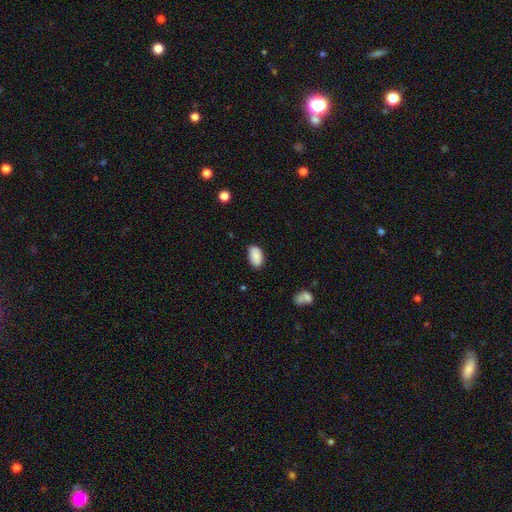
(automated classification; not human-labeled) Q: Smooth or featured?
A: smooth (88%); runner-up: star or artifact (7%)
Q: How rounded?
A: in between (93%); runner-up: round (5%)
Q: Merging?
A: none (78%); runner-up: minor disturbance (18%)